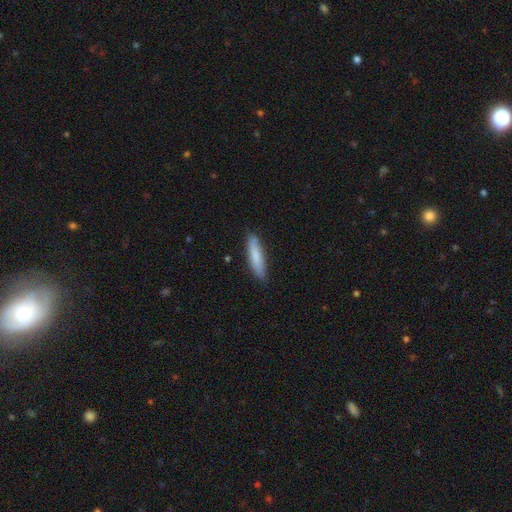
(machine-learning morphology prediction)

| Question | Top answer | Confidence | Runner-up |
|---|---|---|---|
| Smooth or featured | smooth | 81% | featured or disk (14%) |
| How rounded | cigar-shaped | 79% | in between (20%) |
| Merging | none | 84% | minor disturbance (12%) |